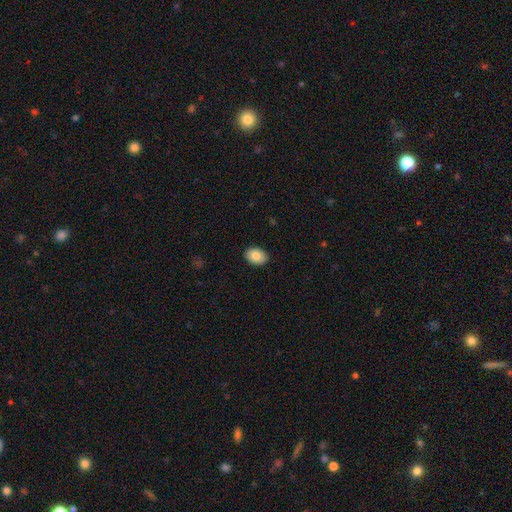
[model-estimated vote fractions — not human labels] A smooth galaxy with no disk features (82%) that is in between round and cigar-shaped (75%).

Vote fractions:
- Smooth or featured? smooth: 82% / featured or disk: 11% / star or artifact: 7%
- How rounded? in between: 75% / round: 24% / cigar-shaped: 1%
- Merging? none: 90% / minor disturbance: 7% / major disturbance: 2% / merger: 1%